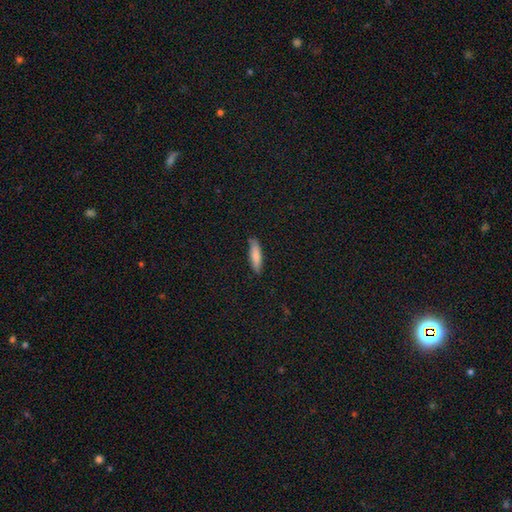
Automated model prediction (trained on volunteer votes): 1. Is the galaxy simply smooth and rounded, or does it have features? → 80% smooth, 14% featured or disk, 6% star or artifact.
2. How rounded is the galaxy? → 69% cigar-shaped, 30% in between, 2% round.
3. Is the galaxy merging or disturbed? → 85% none, 12% minor disturbance, 2% major disturbance, 1% merger.